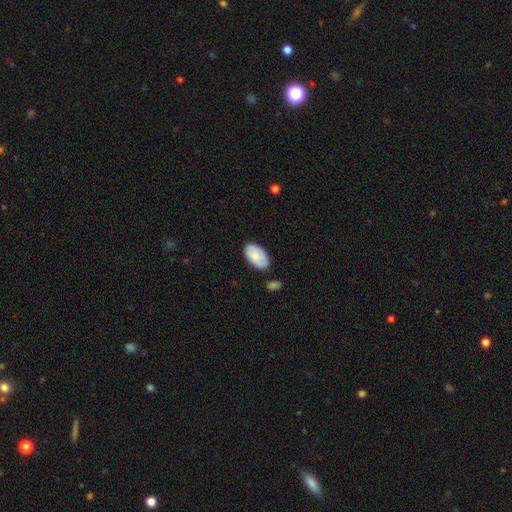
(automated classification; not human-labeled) Smooth or featured: smooth — 75% (featured or disk — 19%)
How rounded: in between — 95% (round — 4%)
Merging: none — 74% (minor disturbance — 18%)